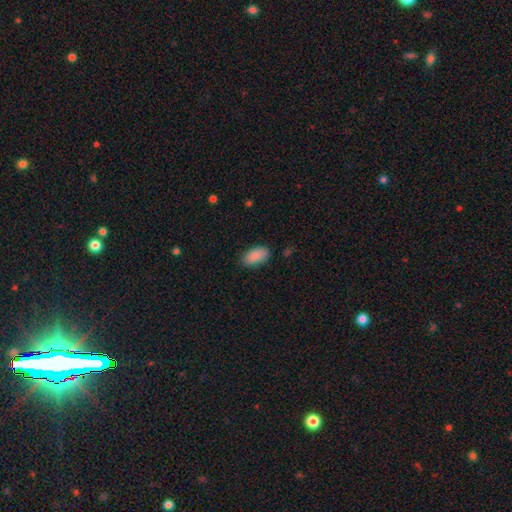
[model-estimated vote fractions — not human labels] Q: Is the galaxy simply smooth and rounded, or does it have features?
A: smooth — 88%.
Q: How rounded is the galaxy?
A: in between — 94%.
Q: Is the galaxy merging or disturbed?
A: none — 84%.